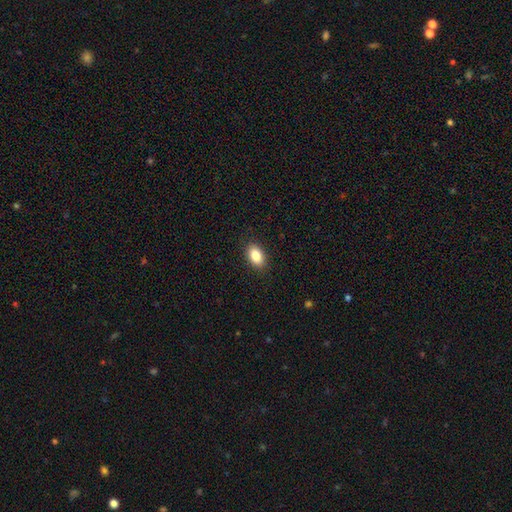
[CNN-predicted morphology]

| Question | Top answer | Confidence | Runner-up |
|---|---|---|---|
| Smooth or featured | smooth | 85% | star or artifact (8%) |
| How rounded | in between | 90% | round (8%) |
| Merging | none | 89% | minor disturbance (8%) |